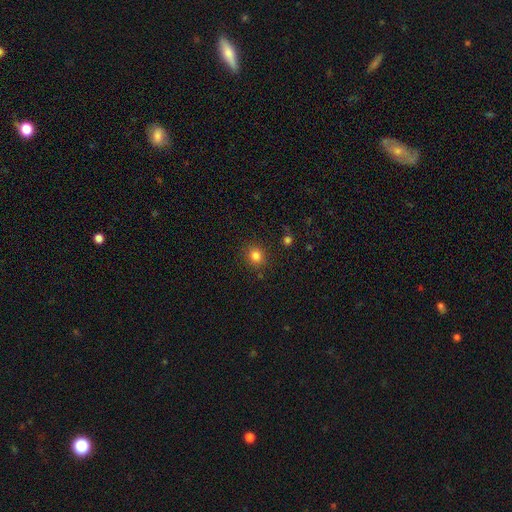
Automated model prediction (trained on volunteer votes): This appears to be a smooth galaxy with no disk features (82%) that is round (81%). Merging: none (88%).